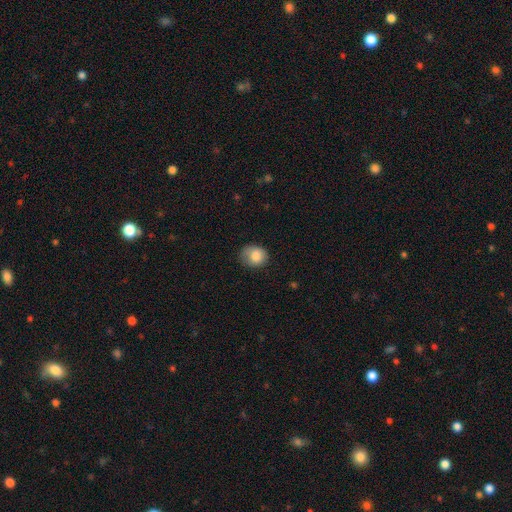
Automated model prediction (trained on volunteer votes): Q: Smooth or featured?
A: smooth (83%); runner-up: featured or disk (8%)
Q: How rounded?
A: round (61%); runner-up: in between (39%)
Q: Merging?
A: none (64%); runner-up: minor disturbance (27%)